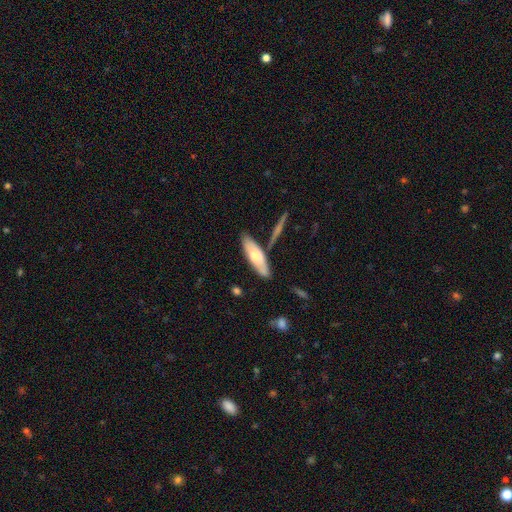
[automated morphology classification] Overall: smooth (58%; featured or disk 36%). How rounded: in between (58%; cigar-shaped 40%). Merging: none (73%).